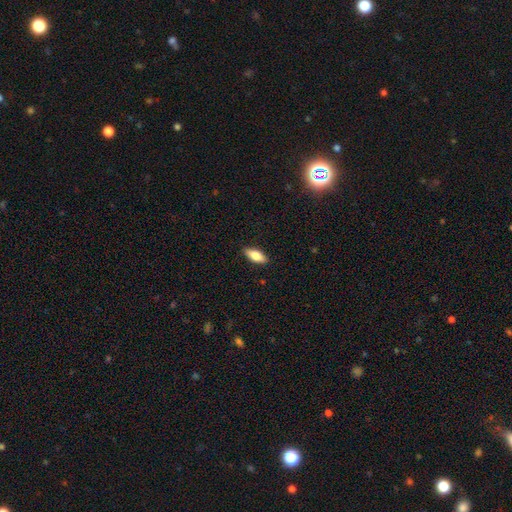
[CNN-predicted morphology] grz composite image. It shows a smooth galaxy with no disk features (73%) that is in between round and cigar-shaped (78%). Merging: none (88%).